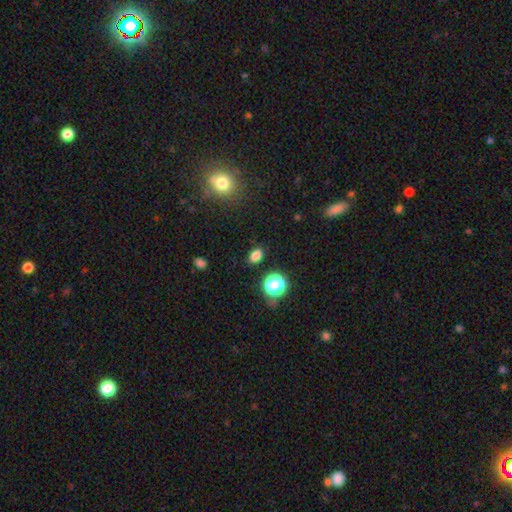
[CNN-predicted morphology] smooth-or-featured: smooth: 79% | star or artifact: 16% | featured or disk: 5%
  how-rounded: in between: 73% | round: 26% | cigar-shaped: 2%
  merging: none: 86% | minor disturbance: 9% | major disturbance: 3% | merger: 2%